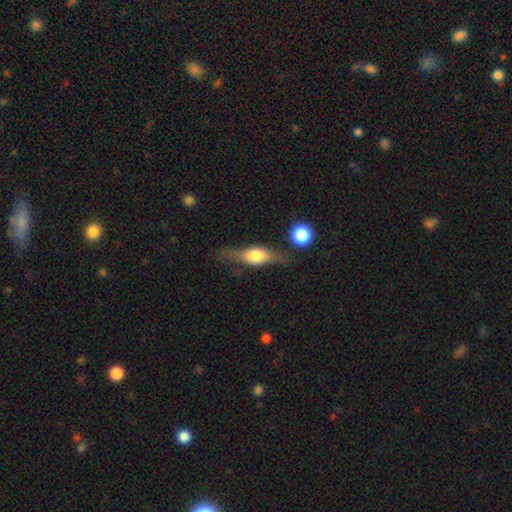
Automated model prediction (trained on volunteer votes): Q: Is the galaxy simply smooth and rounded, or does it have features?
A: featured or disk — 58%.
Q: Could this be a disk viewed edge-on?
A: yes — 89%.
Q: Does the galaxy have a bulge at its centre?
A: rounded — 90%.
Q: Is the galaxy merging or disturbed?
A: none — 64%.